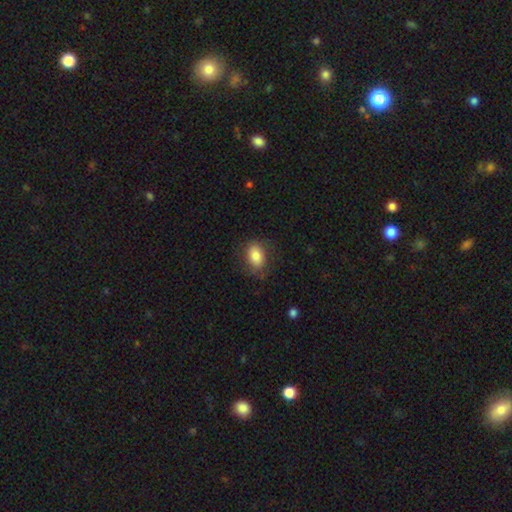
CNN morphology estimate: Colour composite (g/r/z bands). It shows a smooth galaxy with no disk features (82%) that is in between round and cigar-shaped (81%). Merging: none (75%).